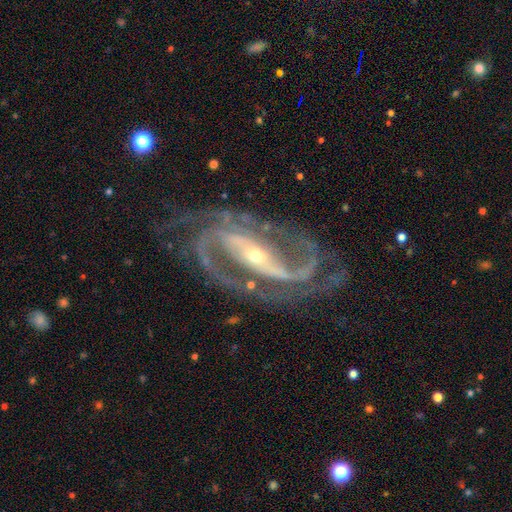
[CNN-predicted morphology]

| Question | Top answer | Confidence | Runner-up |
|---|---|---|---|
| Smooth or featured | featured or disk | 93% | star or artifact (5%) |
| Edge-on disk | no | 96% | yes (4%) |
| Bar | strong | 58% | weak (25%) |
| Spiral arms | yes | 98% | no (2%) |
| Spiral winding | medium | 56% | tight (24%) |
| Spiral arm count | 2 | 79% | 3 (8%) |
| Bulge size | small | 64% | moderate (32%) |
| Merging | none | 70% | minor disturbance (15%) |